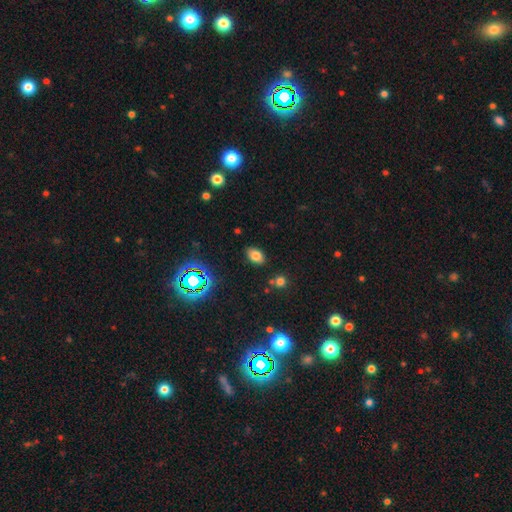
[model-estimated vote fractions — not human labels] smooth 75%, star or artifact 16%, featured or disk 9%. Down the decision tree: how rounded — in between (87%); merging — none (84%).